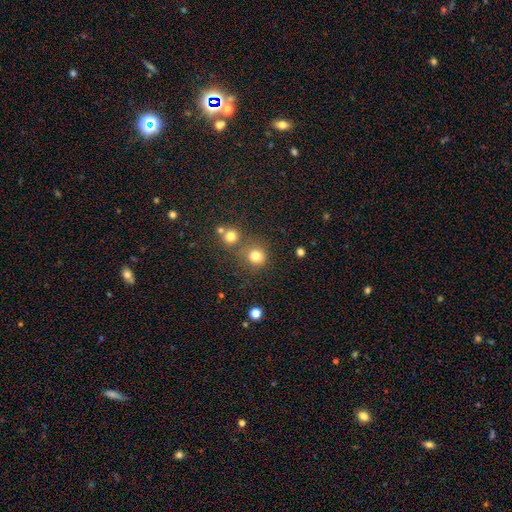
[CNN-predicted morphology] Overall: smooth (77%). How rounded: round (89%). Merging: none (69%).